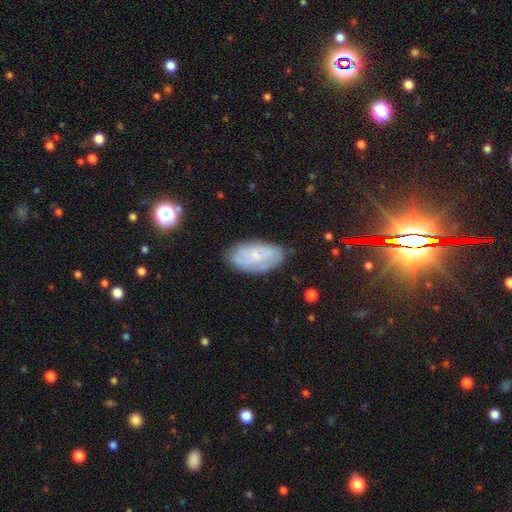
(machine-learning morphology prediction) smooth-or-featured: smooth: 50% | featured or disk: 40% | star or artifact: 9%
  how-rounded: in between: 93% | cigar-shaped: 4% | round: 4%
  merging: none: 75% | minor disturbance: 18% | major disturbance: 5% | merger: 2%